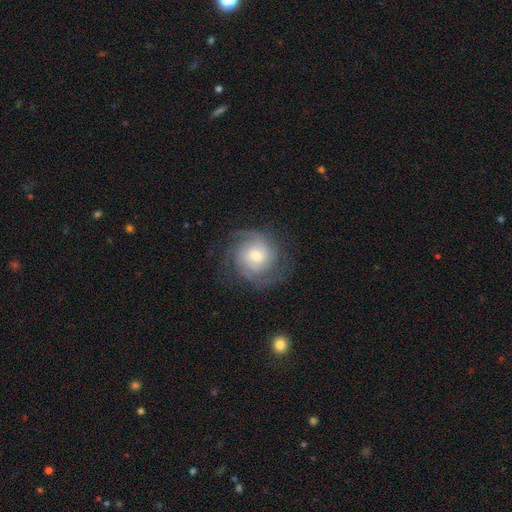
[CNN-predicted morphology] A featured or disk galaxy (80%) with no bar (65%), 2 (32%) tight (54%) spiral arms (95%) and a moderate central bulge (56%). Merging: none (75%).